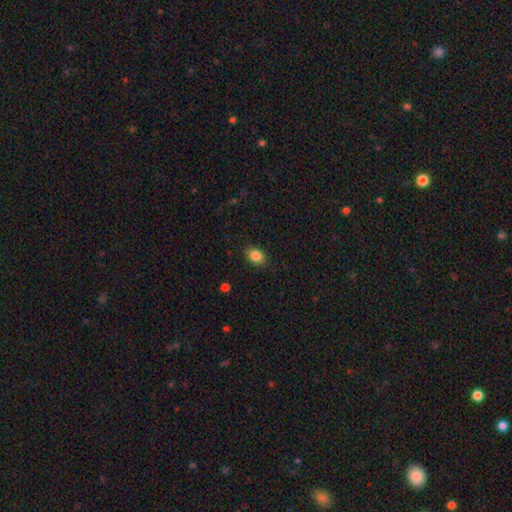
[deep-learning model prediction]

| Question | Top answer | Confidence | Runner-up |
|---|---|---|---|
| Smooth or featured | smooth | 86% | star or artifact (9%) |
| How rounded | in between | 76% | round (22%) |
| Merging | none | 86% | minor disturbance (11%) |